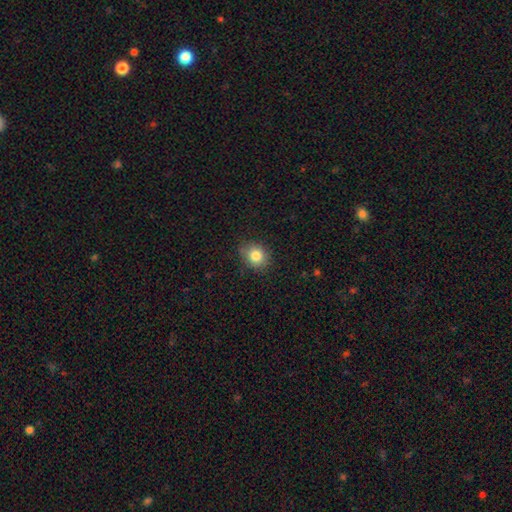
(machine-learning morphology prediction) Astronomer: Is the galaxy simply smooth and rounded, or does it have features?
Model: smooth — 82%.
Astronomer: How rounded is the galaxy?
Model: round — 70%.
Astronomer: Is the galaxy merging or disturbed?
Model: none — 81%.